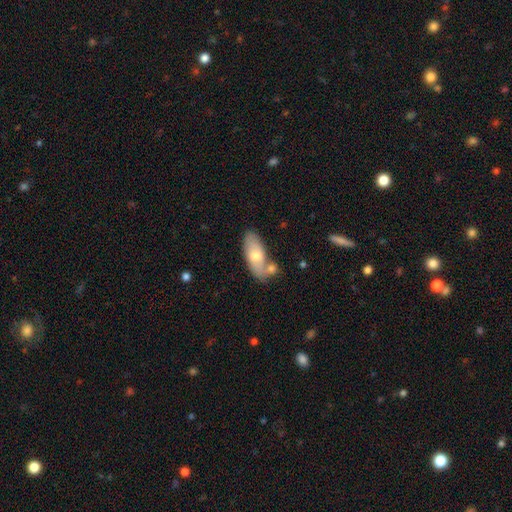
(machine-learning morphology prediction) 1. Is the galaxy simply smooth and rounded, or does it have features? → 63% smooth, 31% featured or disk, 6% star or artifact.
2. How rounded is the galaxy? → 82% in between, 15% cigar-shaped, 3% round.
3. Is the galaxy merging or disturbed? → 54% none, 23% merger, 18% minor disturbance, 5% major disturbance.